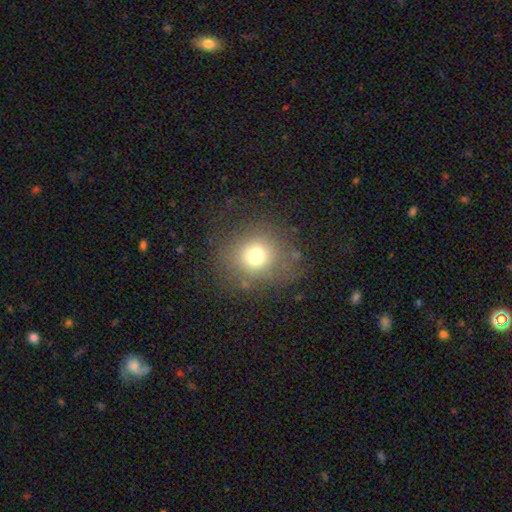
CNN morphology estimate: smooth_or_featured: smooth (p=0.71) [alt: star or artifact p=0.17]
how_rounded: round (p=0.87) [alt: in between p=0.13]
merging: none (p=0.77) [alt: minor disturbance p=0.12]